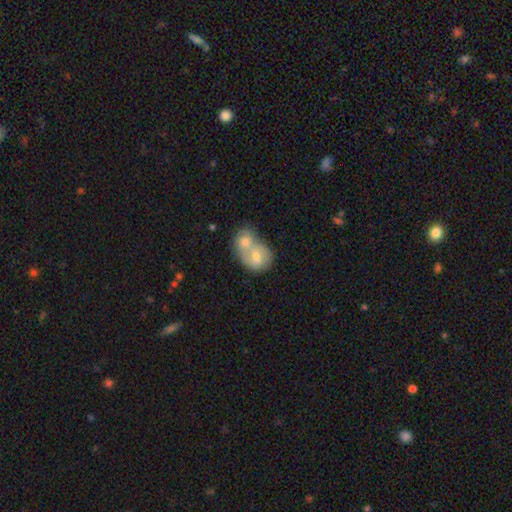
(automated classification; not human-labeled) smooth_or_featured: smooth (p=0.55) [alt: featured or disk p=0.37]
how_rounded: round (p=0.54) [alt: in between p=0.45]
merging: merger (p=0.76) [alt: none p=0.16]